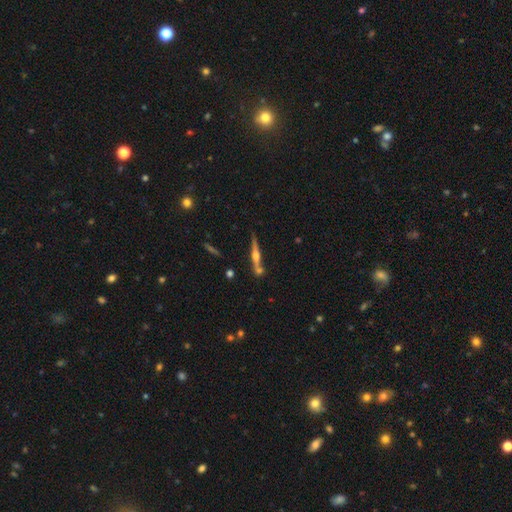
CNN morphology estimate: smooth_or_featured: featured or disk (p=0.75) [alt: smooth p=0.18]
disk_edge_on: yes (p=0.97) [alt: no p=0.03]
edge_on_bulge: rounded (p=0.90) [alt: boxy p=0.07]
merging: none (p=0.70) [alt: merger p=0.15]